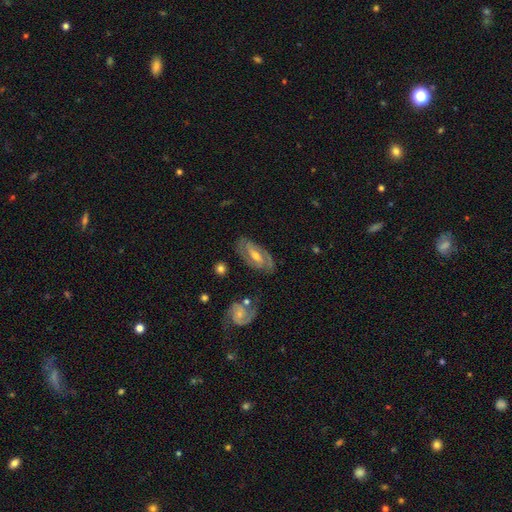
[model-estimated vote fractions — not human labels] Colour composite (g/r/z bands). It shows a featured or disk galaxy (82%) with a strong bar (41%), 2 (86%) medium (46%) spiral arms (92%) and a moderate central bulge (57%). Merging: none (77%).